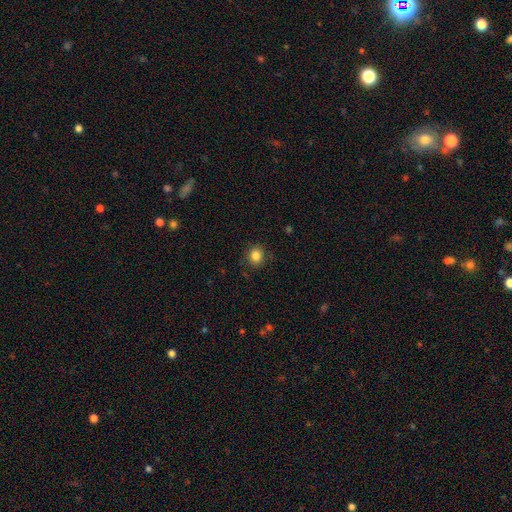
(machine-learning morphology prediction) Overall: smooth (84%). How rounded: round (74%). Merging: none (86%).